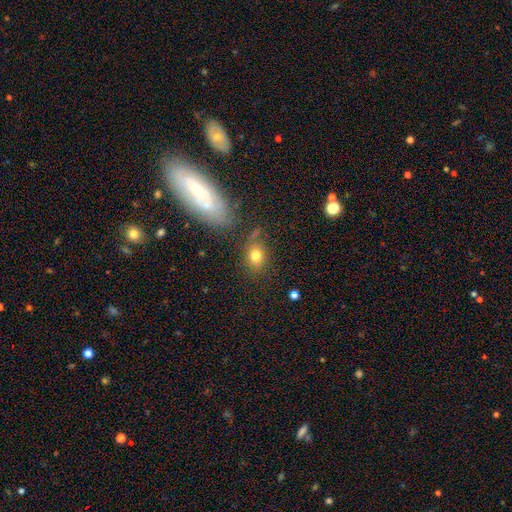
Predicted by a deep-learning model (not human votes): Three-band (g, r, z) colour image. It shows a smooth galaxy with no disk features (78%) that is in between round and cigar-shaped (58%). Merging: none (70%).